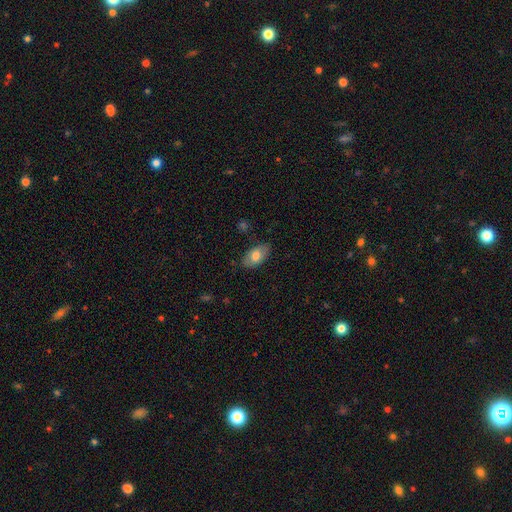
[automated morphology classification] This appears to be a smooth galaxy with no disk features (74%) that is in between round and cigar-shaped (93%). Merging: none (81%).